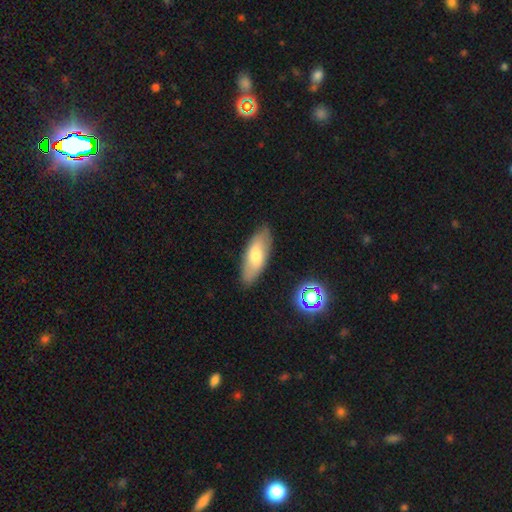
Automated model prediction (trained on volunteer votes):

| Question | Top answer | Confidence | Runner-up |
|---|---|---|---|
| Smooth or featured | smooth | 62% | featured or disk (30%) |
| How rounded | in between | 76% | cigar-shaped (22%) |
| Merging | none | 83% | minor disturbance (13%) |